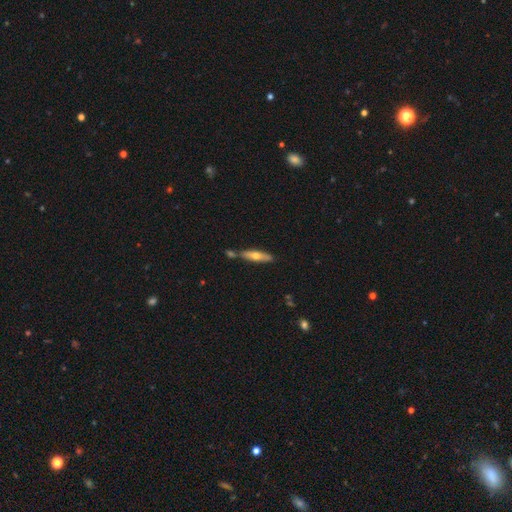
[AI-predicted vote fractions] Smooth or featured? smooth (52%)
How rounded? cigar-shaped (75%)
Merging? none (68%)